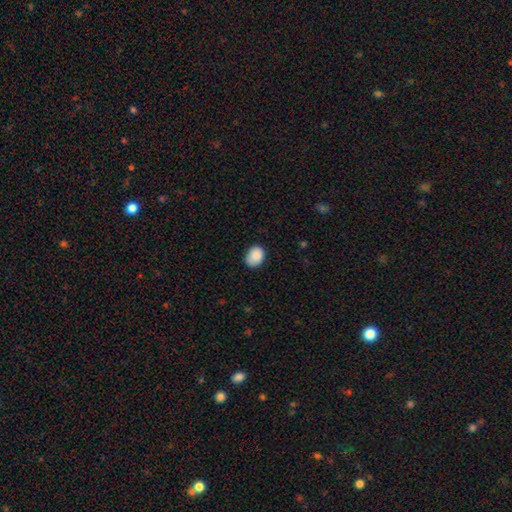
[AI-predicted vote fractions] Smooth or featured? smooth (88%)
How rounded? in between (65%)
Merging? none (76%)